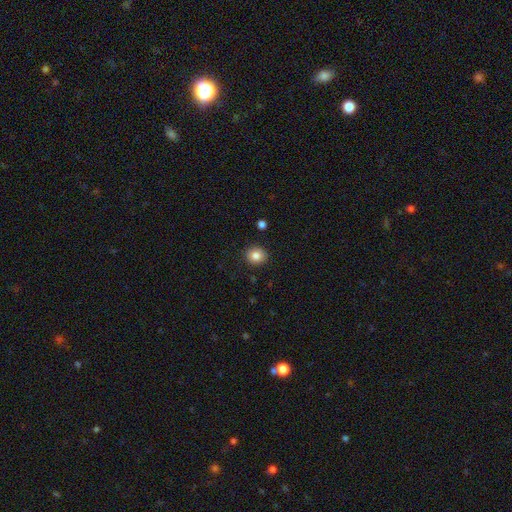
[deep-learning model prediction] Overall: smooth (83%). How rounded: round (78%). Merging: none (90%).